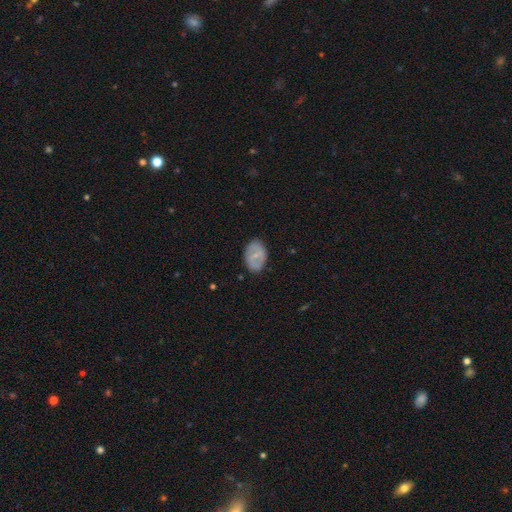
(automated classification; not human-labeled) Overall: smooth (51%; featured or disk 42%). How rounded: in between (83%). Merging: none (82%).